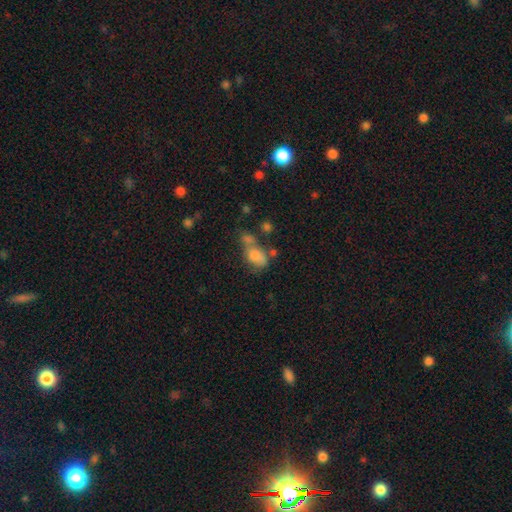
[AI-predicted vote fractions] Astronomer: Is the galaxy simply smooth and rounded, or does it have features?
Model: smooth — 74%.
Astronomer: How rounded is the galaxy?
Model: in between — 80%.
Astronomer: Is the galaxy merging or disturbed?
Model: merger — 44% (runner-up: none, 27%).